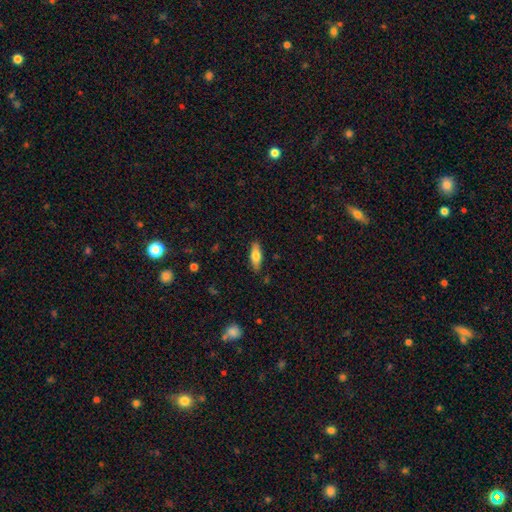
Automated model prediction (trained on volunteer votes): The model was most divided on "how rounded": in between: 65%, cigar-shaped: 32%, round: 2%. More confident: merging — none (85%); smooth or featured — smooth (75%).